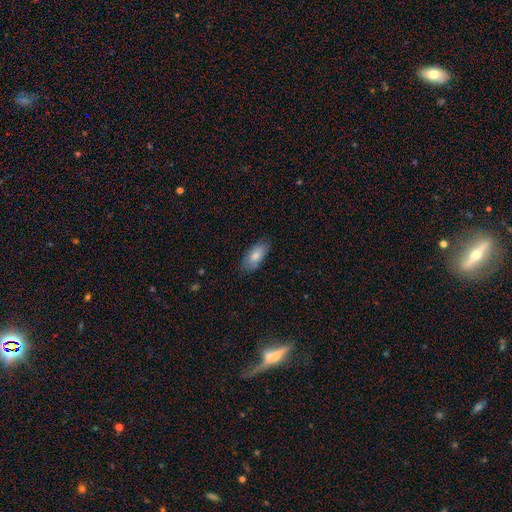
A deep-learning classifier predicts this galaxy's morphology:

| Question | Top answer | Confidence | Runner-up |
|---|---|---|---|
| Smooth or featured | smooth | 80% | featured or disk (14%) |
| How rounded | in between | 87% | cigar-shaped (11%) |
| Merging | none | 81% | minor disturbance (15%) |